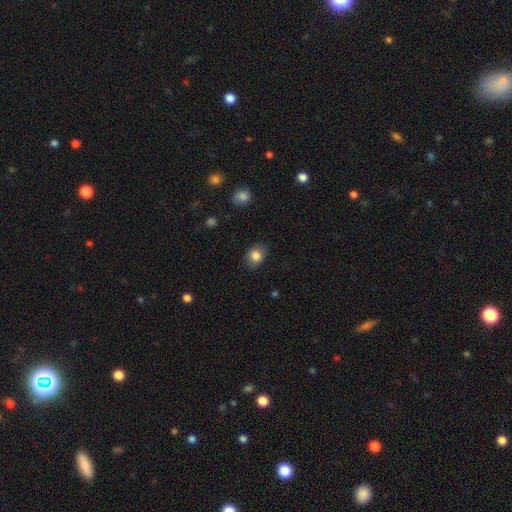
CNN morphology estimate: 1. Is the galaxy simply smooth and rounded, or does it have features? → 83% smooth, 9% star or artifact, 8% featured or disk.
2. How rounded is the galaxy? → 64% in between, 35% round, 1% cigar-shaped.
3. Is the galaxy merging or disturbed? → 81% none, 14% minor disturbance, 3% major disturbance, 1% merger.